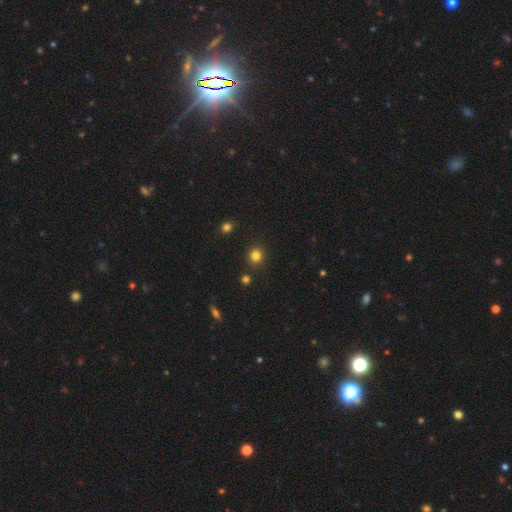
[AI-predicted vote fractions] A smooth galaxy with no disk features (81%) that is round (89%). Merging: none (88%).